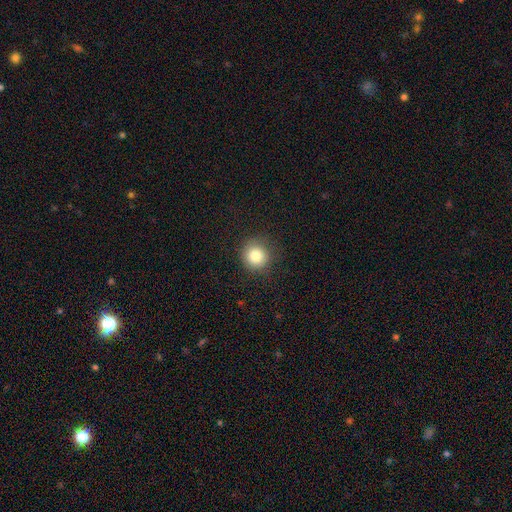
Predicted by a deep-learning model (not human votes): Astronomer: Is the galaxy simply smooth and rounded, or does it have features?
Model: smooth — 84%.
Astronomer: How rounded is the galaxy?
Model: round — 92%.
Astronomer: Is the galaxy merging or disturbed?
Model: none — 86%.